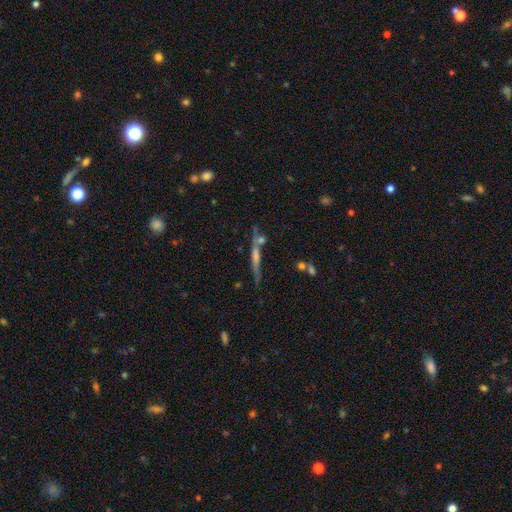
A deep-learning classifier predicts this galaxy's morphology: featured or disk 55%, smooth 26%, star or artifact 19%. Down the decision tree: edge-on disk — yes (87%); merging — none (69%).